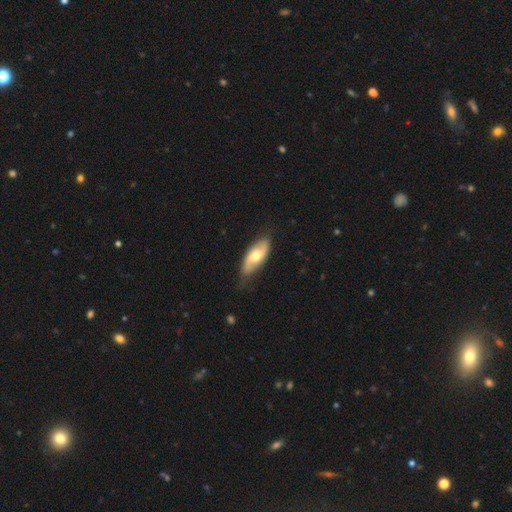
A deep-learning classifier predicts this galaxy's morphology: type=featured or disk (55%); edge-on=no (85%); merging=none (76%).